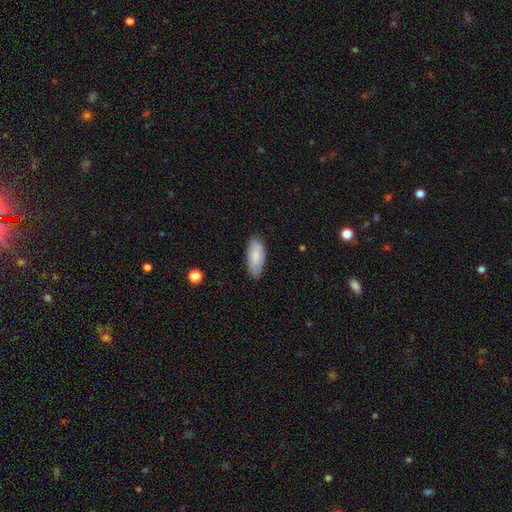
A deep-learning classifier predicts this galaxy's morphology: smooth-or-featured: smooth: 81% | featured or disk: 13% | star or artifact: 6%
  how-rounded: in between: 84% | cigar-shaped: 14% | round: 2%
  merging: none: 81% | minor disturbance: 15% | major disturbance: 3% | merger: 1%